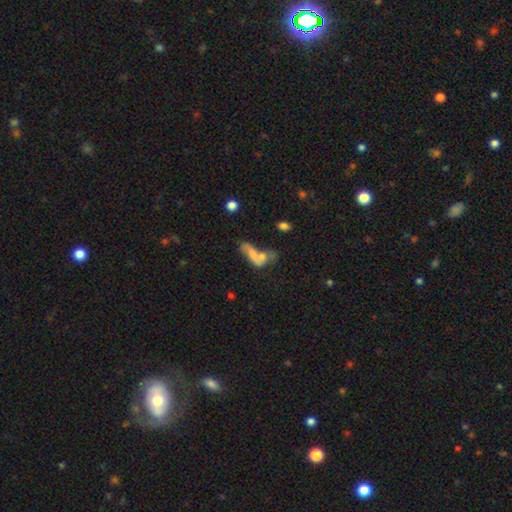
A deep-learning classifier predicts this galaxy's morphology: A smooth galaxy with no disk features (54%) that is in between round and cigar-shaped (69%). Merging: merger (59%).